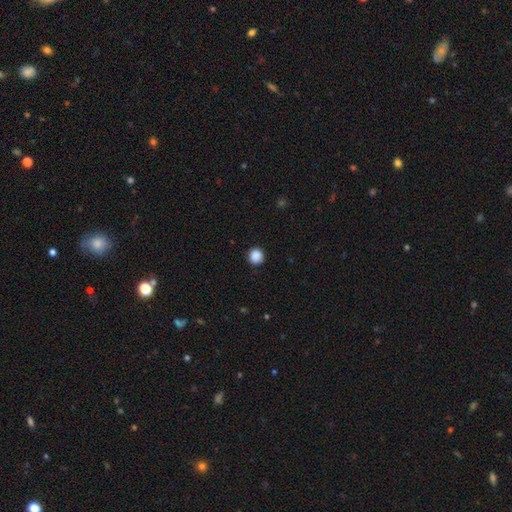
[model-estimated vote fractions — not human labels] Overall: smooth (88%). How rounded: round (93%). Merging: none (91%).